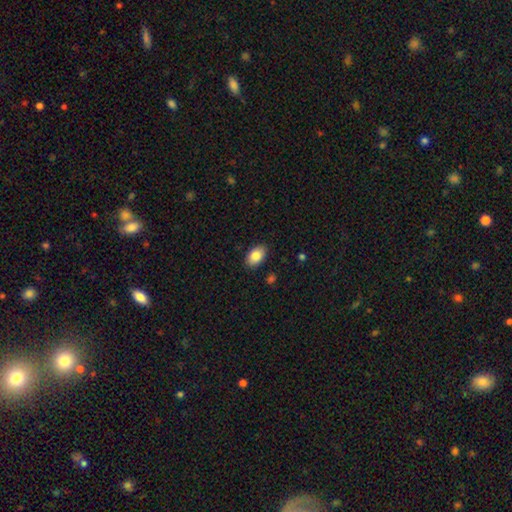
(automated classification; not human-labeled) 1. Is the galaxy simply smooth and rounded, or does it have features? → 84% smooth, 8% featured or disk, 7% star or artifact.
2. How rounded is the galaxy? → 91% in between, 8% round, 1% cigar-shaped.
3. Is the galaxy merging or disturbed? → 88% none, 9% minor disturbance, 2% major disturbance, 1% merger.